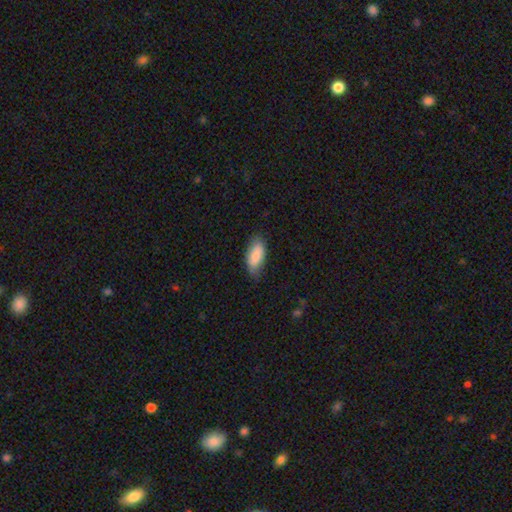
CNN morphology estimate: Smooth or featured? Predicted: smooth (p=0.86). How rounded? Predicted: in between (p=0.87). Merging? Predicted: none (p=0.70).